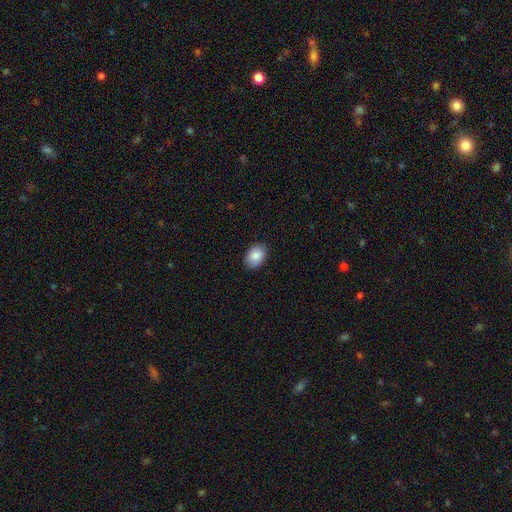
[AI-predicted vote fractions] The model was most divided on "how rounded": in between: 83%, round: 16%, cigar-shaped: 1%. More confident: smooth or featured — smooth (87%); merging — none (87%).